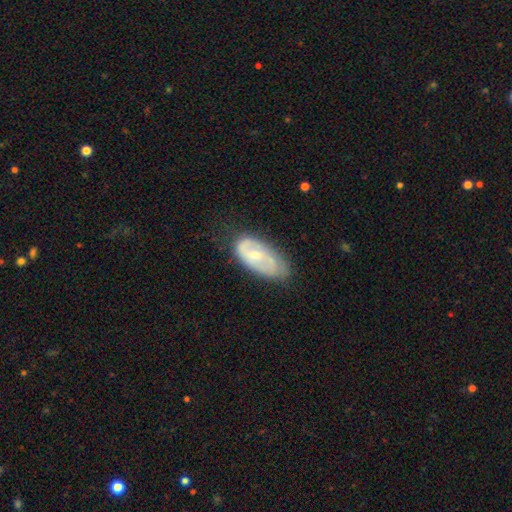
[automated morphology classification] A featured or disk galaxy (56%) with no bar (53%), spiral arms (67%) and a small central bulge (53%). Merging: none (58%).